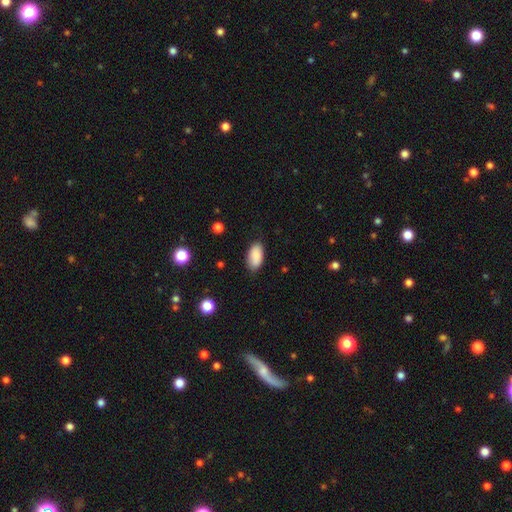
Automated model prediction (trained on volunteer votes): Smooth or featured? smooth (89%)
How rounded? in between (94%)
Merging? none (84%)